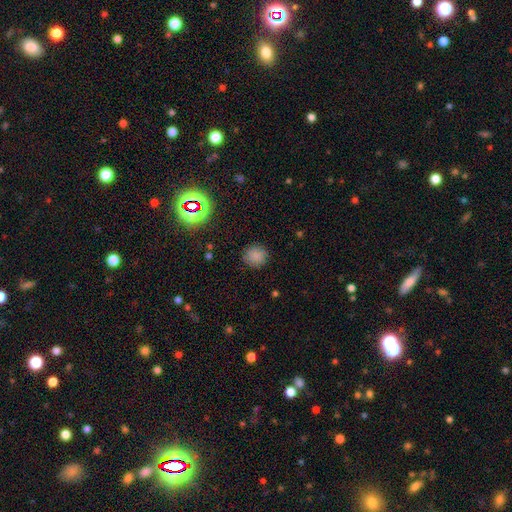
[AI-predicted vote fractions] smooth 82%, star or artifact 14%, featured or disk 5%. Down the decision tree: how rounded — round (90%); merging — none (88%).